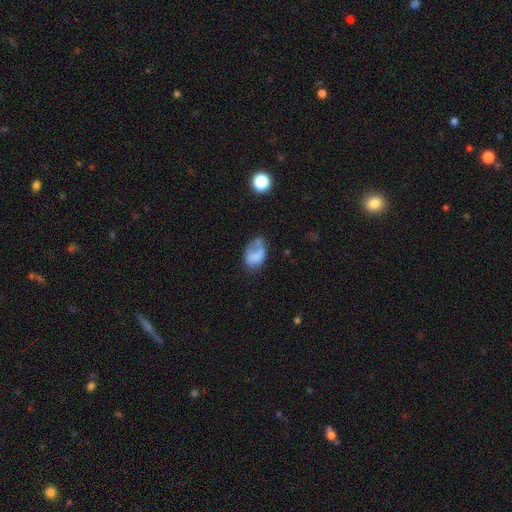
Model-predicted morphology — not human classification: smooth 62%, featured or disk 27%, star or artifact 11%. Down the decision tree: how rounded — in between (84%); merging — none (31%).